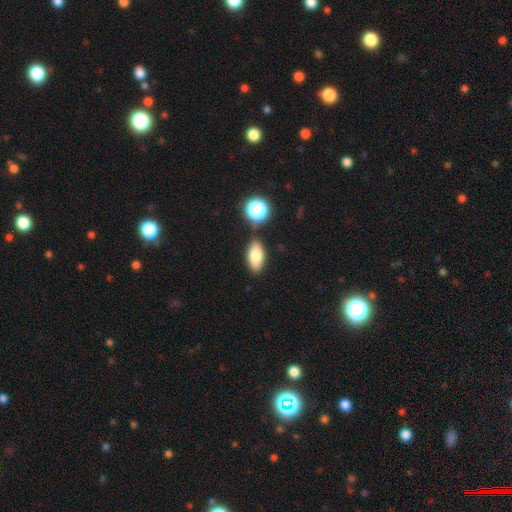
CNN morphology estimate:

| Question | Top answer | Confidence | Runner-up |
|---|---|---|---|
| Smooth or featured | smooth | 80% | featured or disk (12%) |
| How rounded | in between | 88% | cigar-shaped (7%) |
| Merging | none | 80% | minor disturbance (11%) |